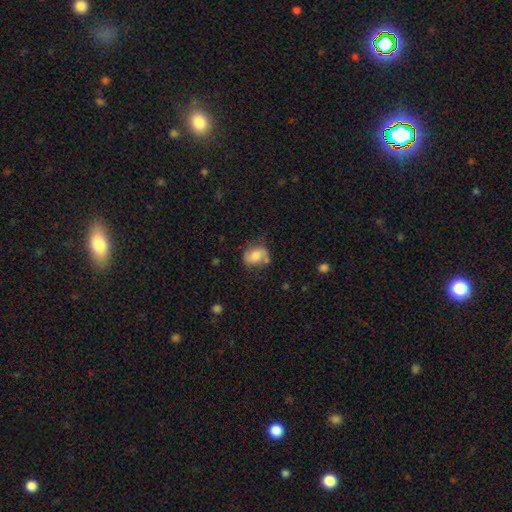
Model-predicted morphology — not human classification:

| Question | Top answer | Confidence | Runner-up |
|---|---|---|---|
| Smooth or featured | smooth | 60% | featured or disk (32%) |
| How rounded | in between | 62% | round (37%) |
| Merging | none | 59% | minor disturbance (26%) |